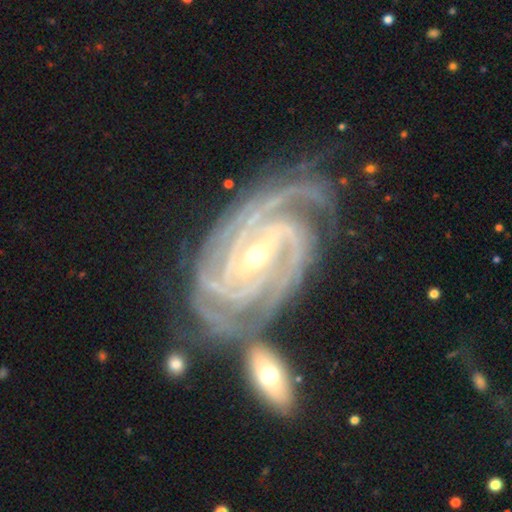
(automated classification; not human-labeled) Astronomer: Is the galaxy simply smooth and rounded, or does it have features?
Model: featured or disk — 94%.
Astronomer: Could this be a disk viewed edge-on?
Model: no — 97%.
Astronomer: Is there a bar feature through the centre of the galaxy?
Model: strong — 43% (runner-up: weak, 38%).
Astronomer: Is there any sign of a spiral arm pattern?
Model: yes — 99%.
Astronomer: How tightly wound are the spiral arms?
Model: tight — 77%.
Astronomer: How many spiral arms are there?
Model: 3 — 33% (runner-up: 4, 29%).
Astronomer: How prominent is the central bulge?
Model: small — 52% (runner-up: moderate, 45%).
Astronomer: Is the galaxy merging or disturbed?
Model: none — 58%.